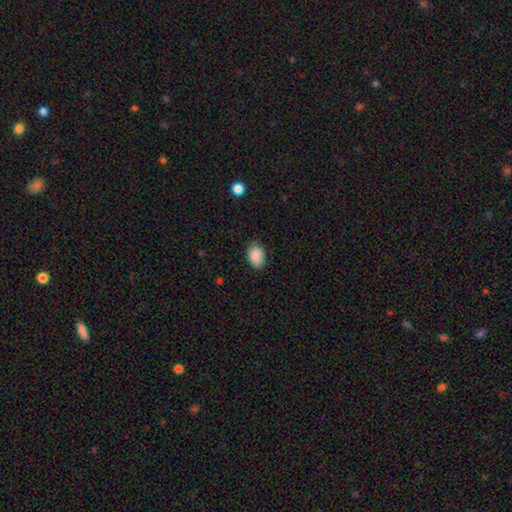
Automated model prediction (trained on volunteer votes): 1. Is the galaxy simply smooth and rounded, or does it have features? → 89% smooth, 7% star or artifact, 4% featured or disk.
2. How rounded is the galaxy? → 81% in between, 18% round, 1% cigar-shaped.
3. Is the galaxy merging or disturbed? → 80% none, 17% minor disturbance, 3% major disturbance, 1% merger.